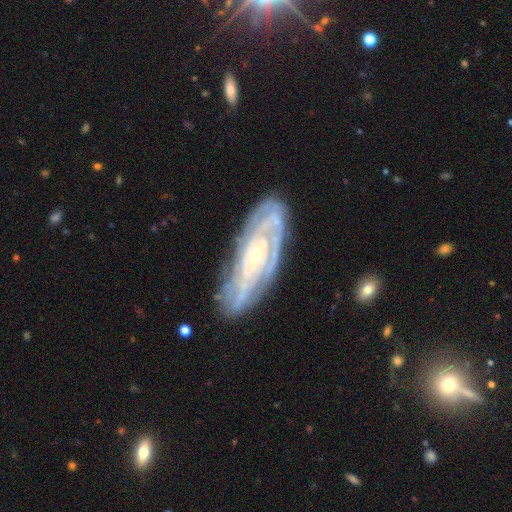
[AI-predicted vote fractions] The model was most divided on "spiral arm count": can't tell: 46%, 2: 16%, 3: 14%, 4: 12%, more than 4: 7%, 1: 5%. More confident: spiral arms — yes (91%); edge-on disk — no (86%); smooth or featured — featured or disk (83%); merging — none (78%); bulge size — small (75%); spiral winding — tight (74%); bar — no (74%).